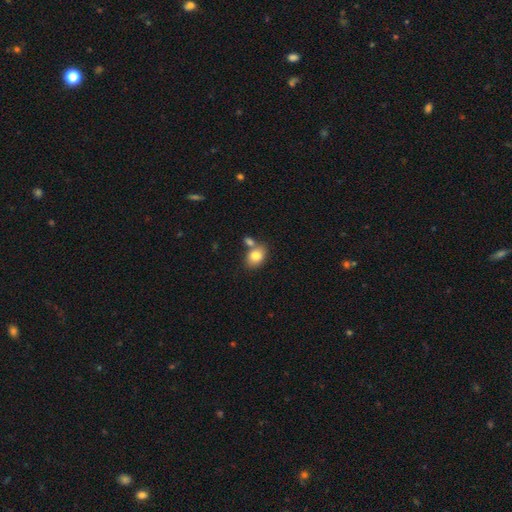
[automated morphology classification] A smooth galaxy with no disk features (80%) that is in between round and cigar-shaped (71%).

Vote fractions:
- Smooth or featured? smooth: 80% / featured or disk: 11% / star or artifact: 8%
- How rounded? in between: 71% / round: 28% / cigar-shaped: 1%
- Merging? none: 55% / merger: 28% / minor disturbance: 13% / major disturbance: 4%